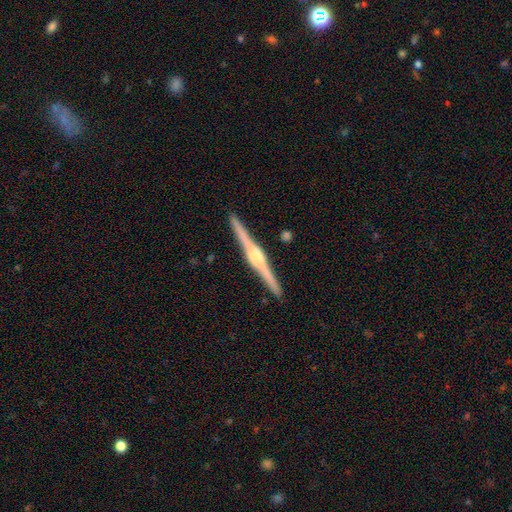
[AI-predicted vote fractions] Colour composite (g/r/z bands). It shows a featured or disk galaxy (86%) viewed edge-on (99%) with a rounded central bulge (83%). Merging: none (92%).